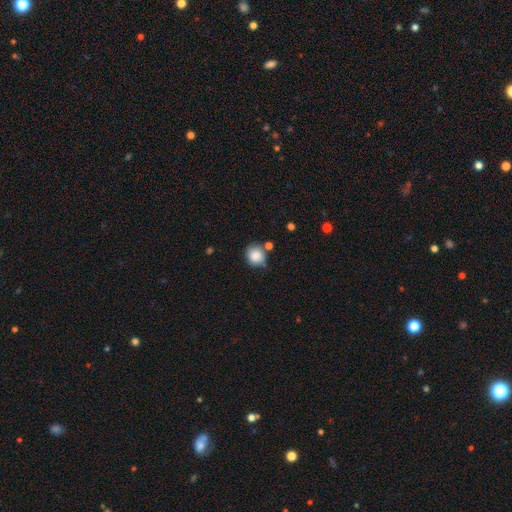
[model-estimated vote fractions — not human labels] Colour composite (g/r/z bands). It shows a smooth galaxy with no disk features (85%) that is round (85%). Merging: none (64%).